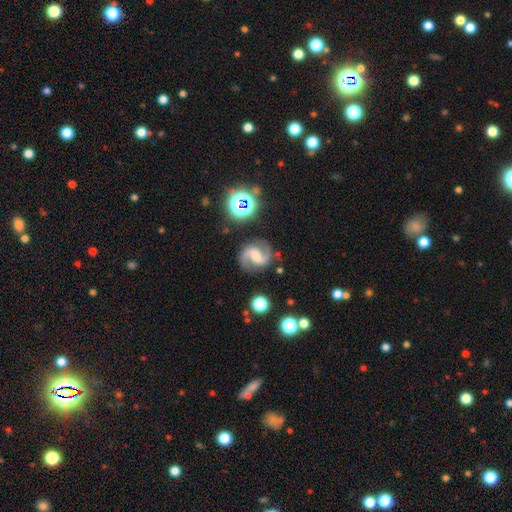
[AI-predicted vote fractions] smooth_or_featured: featured or disk (p=0.86) [alt: star or artifact p=0.08]
disk_edge_on: no (p=0.98) [alt: yes p=0.02]
bar: weak (p=0.49) [alt: no p=0.26]
has_spiral_arms: yes (p=0.98) [alt: no p=0.02]
spiral_winding: medium (p=0.58) [alt: loose p=0.28]
spiral_arm_count: 2 (p=0.93) [alt: can't tell p=0.02]
bulge_size: moderate (p=0.41) [alt: small p=0.37]
merging: none (p=0.83) [alt: minor disturbance p=0.10]